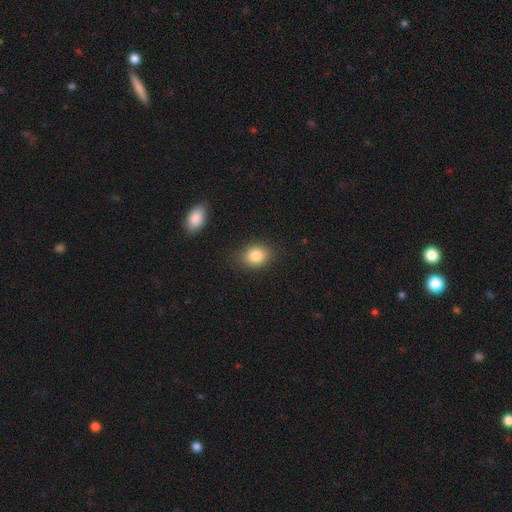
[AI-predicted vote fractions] smooth 84%, star or artifact 9%, featured or disk 7%. Down the decision tree: how rounded — in between (58%); merging — none (83%).